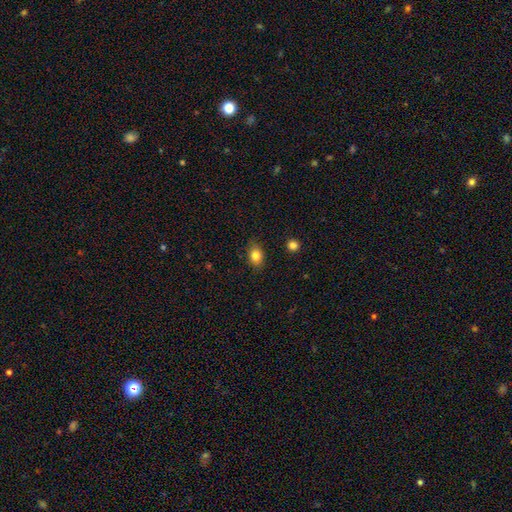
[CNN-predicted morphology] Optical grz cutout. It shows a smooth galaxy with no disk features (83%) that is in between round and cigar-shaped (72%). Merging: none (83%).